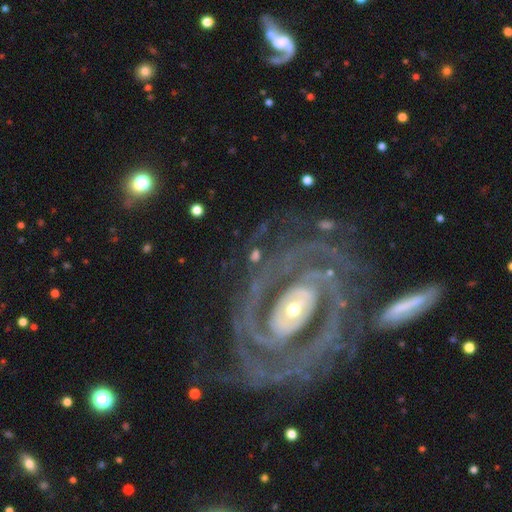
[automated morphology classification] This appears to be a featured or disk galaxy (84%) with no bar (45%), 2 (38%) tight (61%) spiral arms (92%) and a moderate central bulge (50%). Merging: none (69%).